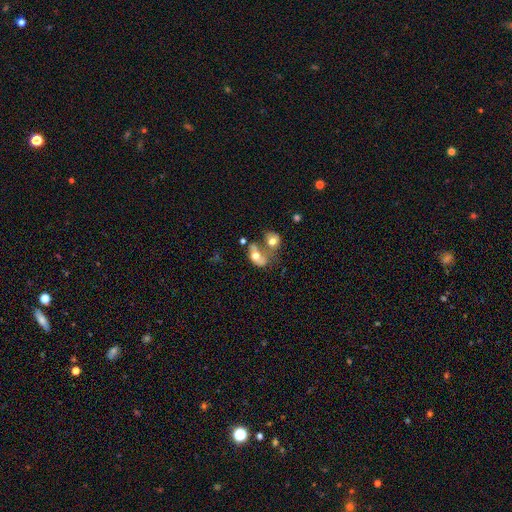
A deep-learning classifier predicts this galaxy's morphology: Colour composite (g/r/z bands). It shows a smooth galaxy with no disk features (59%) that is in between round and cigar-shaped (75%). Merging: merger (65%).